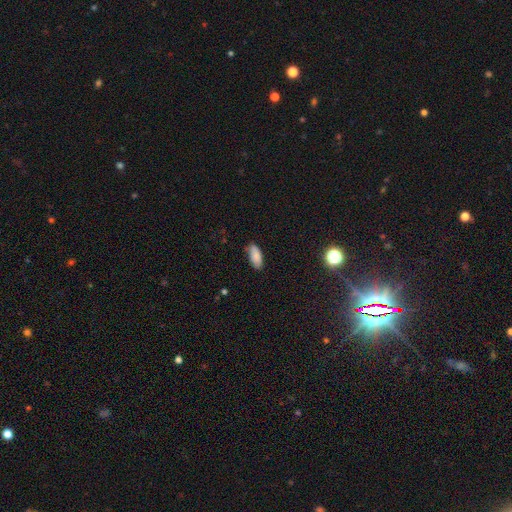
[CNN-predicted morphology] Overall: smooth (84%). How rounded: in between (86%). Merging: none (73%).